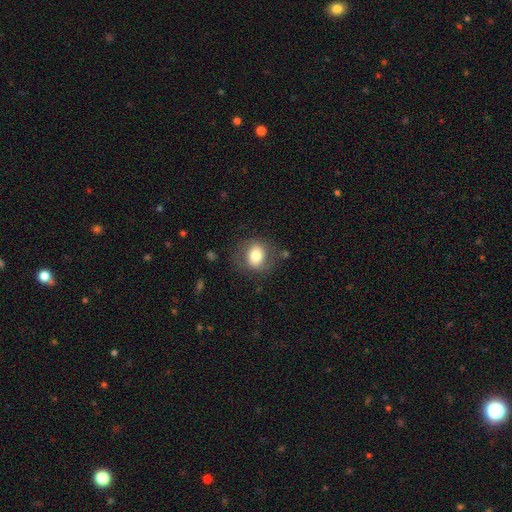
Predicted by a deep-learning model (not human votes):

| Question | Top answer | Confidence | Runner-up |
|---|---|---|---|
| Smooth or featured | smooth | 74% | featured or disk (17%) |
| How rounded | round | 56% | in between (42%) |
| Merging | none | 74% | minor disturbance (16%) |